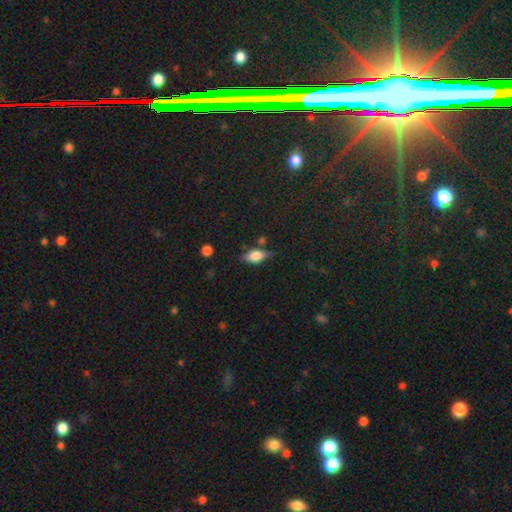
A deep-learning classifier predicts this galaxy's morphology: Smooth or featured?
  - smooth: 69% *
  - featured or disk: 23%
  - star or artifact: 8%
How rounded?
  - in between: 81% *
  - cigar-shaped: 14%
  - round: 5%
Merging?
  - none: 69% *
  - minor disturbance: 21%
  - major disturbance: 5%
  - merger: 5%